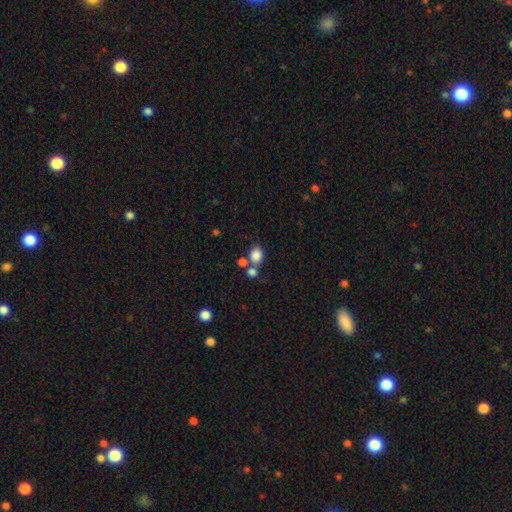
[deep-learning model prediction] This appears to be a smooth galaxy with no disk features (83%) that is round (57%). Merging: none (54%).